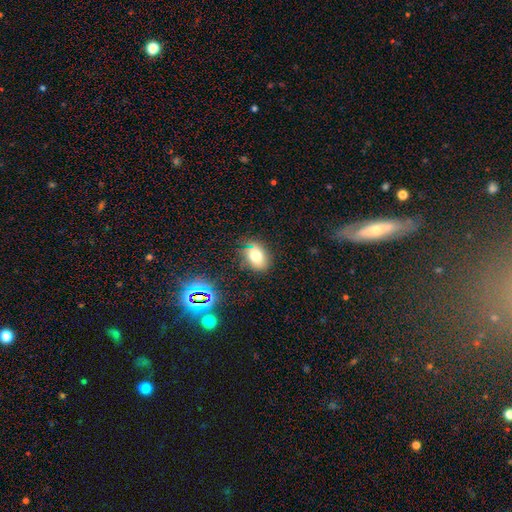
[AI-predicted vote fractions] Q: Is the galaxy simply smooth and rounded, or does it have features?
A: smooth — 66%.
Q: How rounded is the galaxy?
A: in between — 71%.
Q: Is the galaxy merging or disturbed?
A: none — 73%.